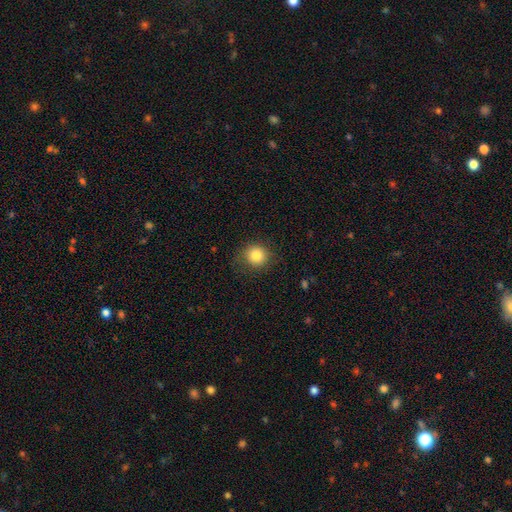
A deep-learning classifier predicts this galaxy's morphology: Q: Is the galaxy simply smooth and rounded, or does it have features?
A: smooth — 83%.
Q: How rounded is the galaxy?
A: round — 87%.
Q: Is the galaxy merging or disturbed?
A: none — 81%.